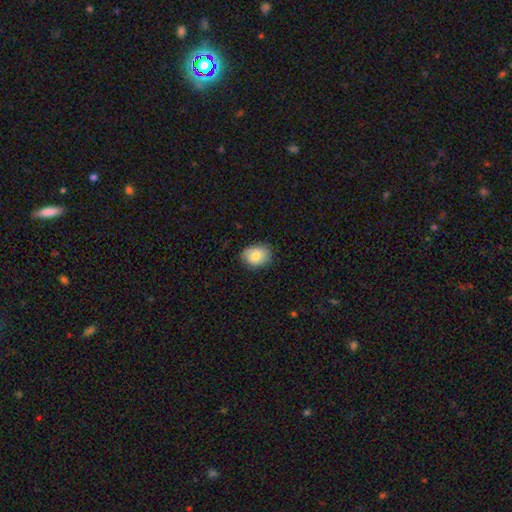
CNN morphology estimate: smooth-or-featured: smooth: 81% | featured or disk: 11% | star or artifact: 7%
  how-rounded: in between: 64% | round: 36% | cigar-shaped: 1%
  merging: none: 78% | minor disturbance: 18% | major disturbance: 3% | merger: 1%